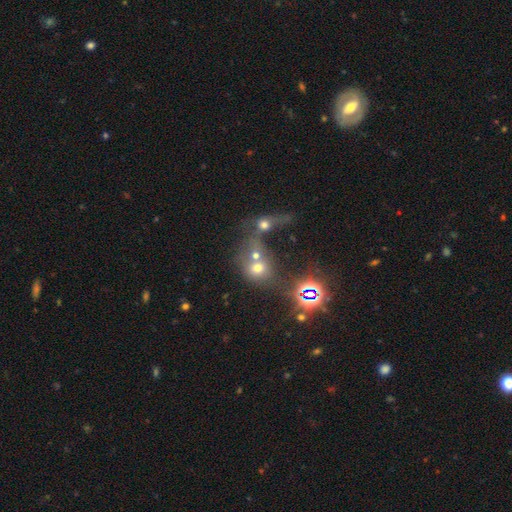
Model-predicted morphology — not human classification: smooth 57%, star or artifact 25%, featured or disk 19%. Down the decision tree: how rounded — round (68%); merging — merger (59%).